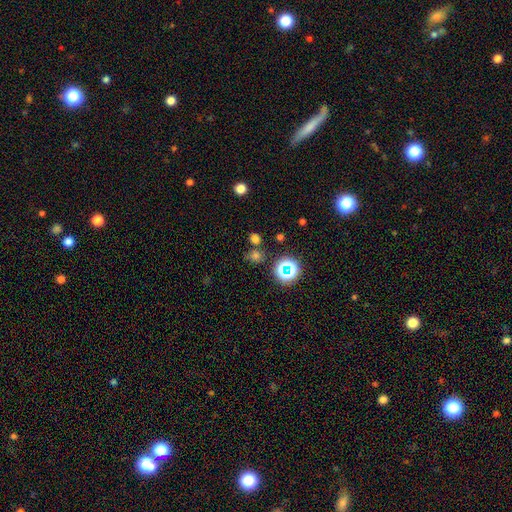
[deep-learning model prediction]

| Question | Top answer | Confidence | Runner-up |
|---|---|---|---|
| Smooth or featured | smooth | 61% | star or artifact (32%) |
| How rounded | round | 76% | in between (23%) |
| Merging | none | 68% | merger (18%) |